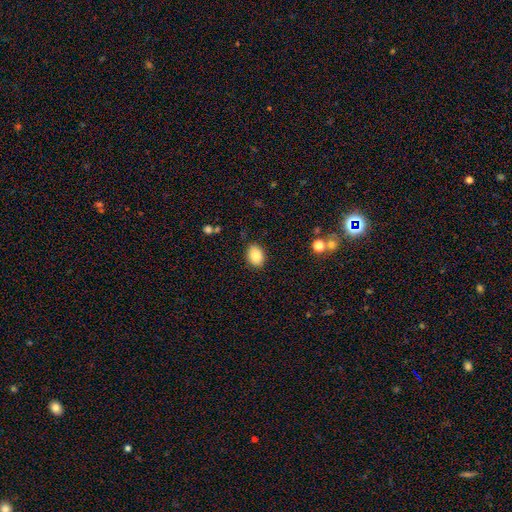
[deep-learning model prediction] This appears to be a smooth galaxy with no disk features (87%) that is in between round and cigar-shaped (78%). Merging: none (86%).